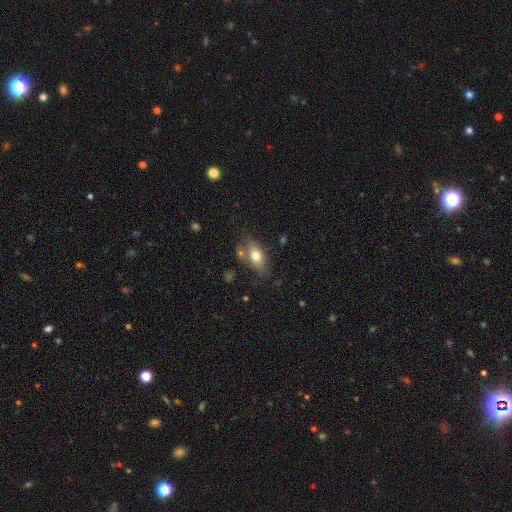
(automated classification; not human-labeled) Smooth or featured? Predicted: smooth (p=0.72). How rounded? Predicted: in between (p=0.86). Merging? Predicted: none (p=0.65).